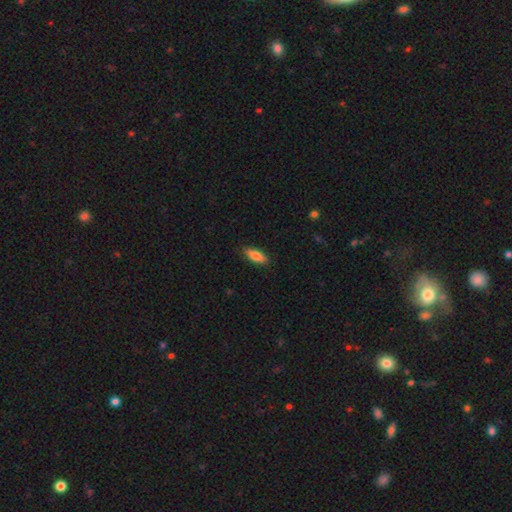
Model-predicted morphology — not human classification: smooth_or_featured: smooth (p=0.83) [alt: featured or disk p=0.11]
how_rounded: in between (p=0.75) [alt: cigar-shaped p=0.22]
merging: none (p=0.85) [alt: minor disturbance p=0.12]